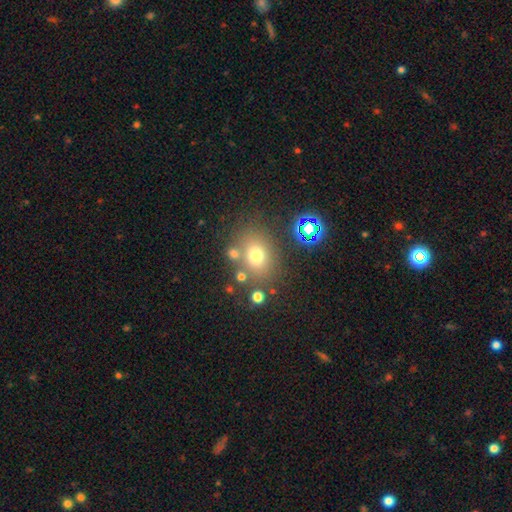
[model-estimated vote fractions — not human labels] smooth-or-featured: smooth: 69% | star or artifact: 19% | featured or disk: 13%
  how-rounded: round: 55% | in between: 43% | cigar-shaped: 1%
  merging: none: 72% | minor disturbance: 12% | merger: 10% | major disturbance: 6%